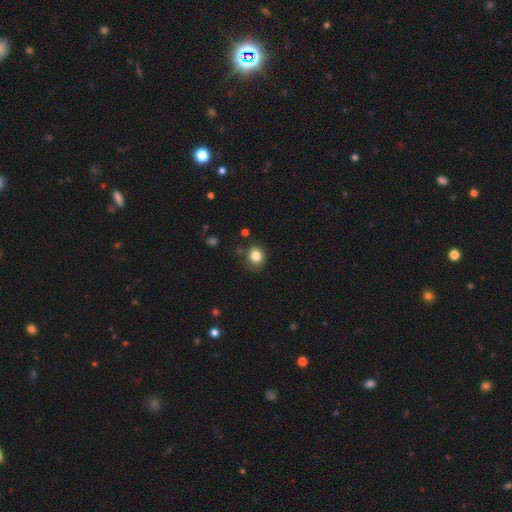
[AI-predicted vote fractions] Smooth or featured: smooth — 83% (star or artifact — 11%)
How rounded: round — 71% (in between — 28%)
Merging: none — 78% (minor disturbance — 15%)